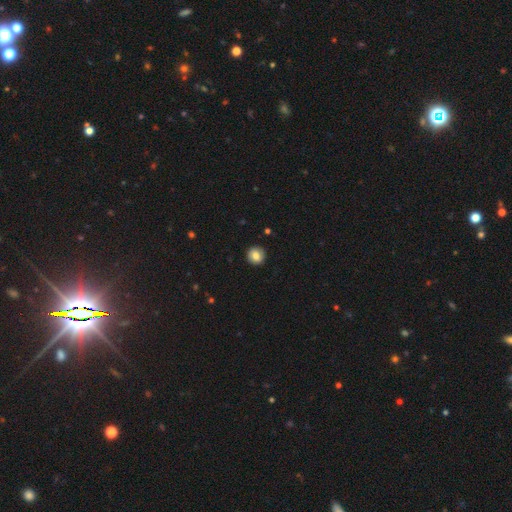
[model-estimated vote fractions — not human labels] A smooth galaxy with no disk features (81%) that is round (93%). Merging: none (91%).